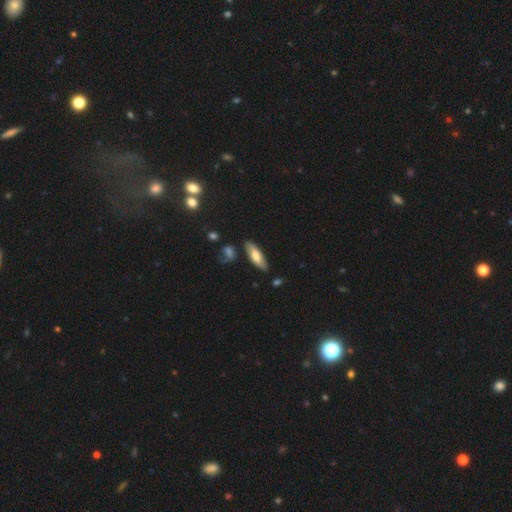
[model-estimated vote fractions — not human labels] The model was most divided on "how rounded": in between: 55%, cigar-shaped: 43%, round: 2%. More confident: merging — none (77%); smooth or featured — smooth (65%).